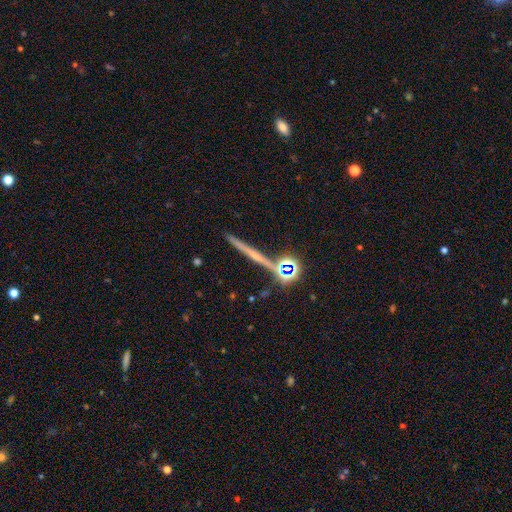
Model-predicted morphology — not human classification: type=featured or disk (56%); edge-on=yes (95%); edge-on bulge=none (55%); merging=none (82%).